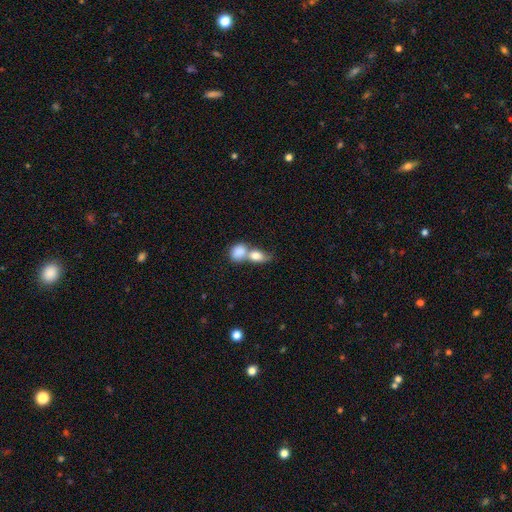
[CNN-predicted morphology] Q: Smooth or featured?
A: smooth (80%); runner-up: featured or disk (13%)
Q: How rounded?
A: in between (70%); runner-up: round (27%)
Q: Merging?
A: merger (71%); runner-up: none (18%)